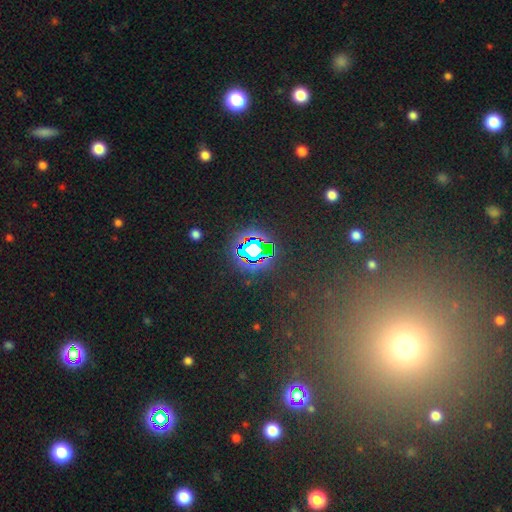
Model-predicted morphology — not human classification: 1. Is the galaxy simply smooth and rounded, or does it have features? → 75% star or artifact, 16% smooth, 8% featured or disk.